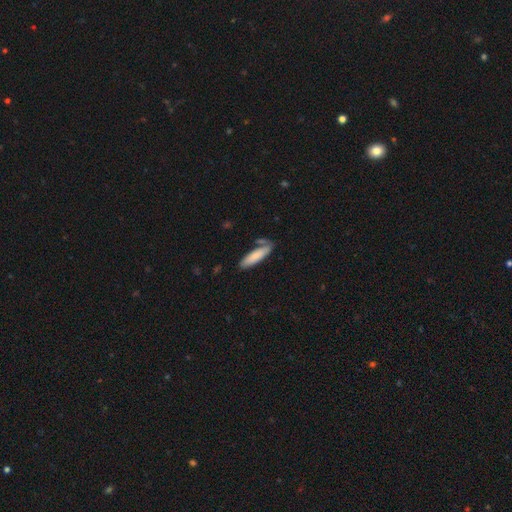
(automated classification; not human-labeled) Smooth or featured? Predicted: smooth (p=0.79). How rounded? Predicted: cigar-shaped (p=0.62). Merging? Predicted: none (p=0.69).